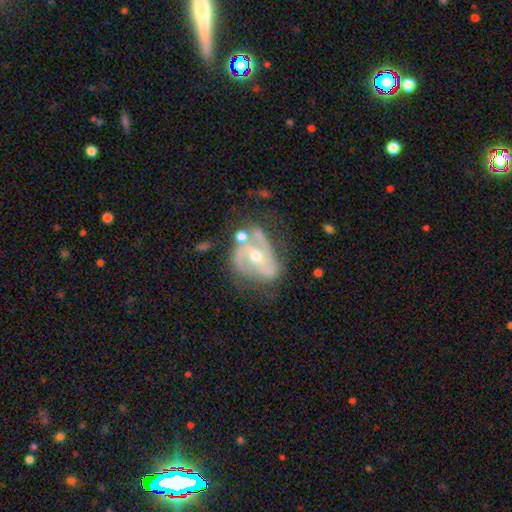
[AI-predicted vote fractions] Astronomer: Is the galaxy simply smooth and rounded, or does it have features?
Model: featured or disk — 85%.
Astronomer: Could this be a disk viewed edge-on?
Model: no — 97%.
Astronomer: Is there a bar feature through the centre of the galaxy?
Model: no — 42% (runner-up: weak, 35%).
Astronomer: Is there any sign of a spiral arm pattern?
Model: yes — 92%.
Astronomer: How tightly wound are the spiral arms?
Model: medium — 48% (runner-up: tight, 31%).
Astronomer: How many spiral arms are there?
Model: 2 — 61%.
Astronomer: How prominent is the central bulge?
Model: moderate — 57% (runner-up: small, 40%).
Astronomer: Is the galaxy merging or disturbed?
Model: none — 44% (runner-up: minor disturbance, 25%).